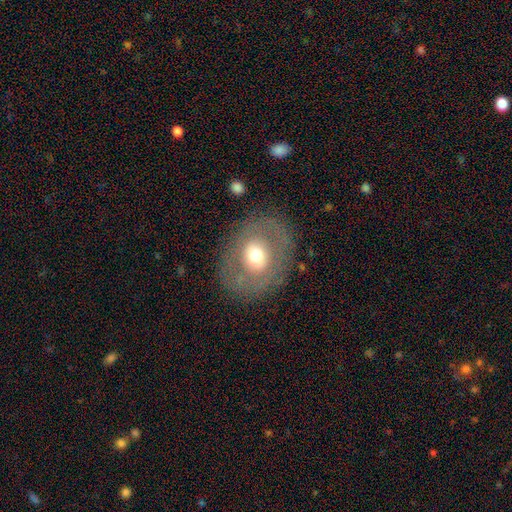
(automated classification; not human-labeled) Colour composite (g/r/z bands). It shows a smooth galaxy with no disk features (51%) that is in between round and cigar-shaped (50%, tied with round). Merging: none (80%).